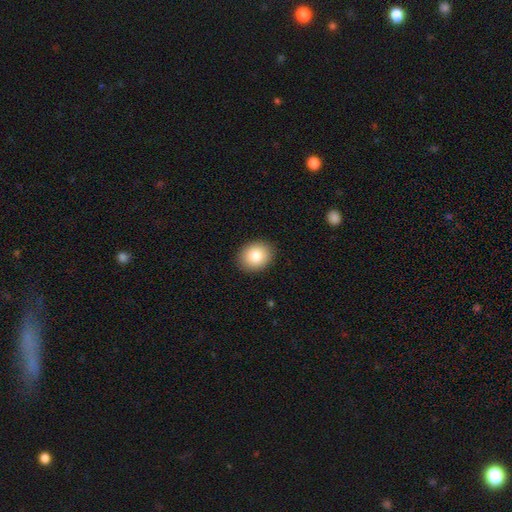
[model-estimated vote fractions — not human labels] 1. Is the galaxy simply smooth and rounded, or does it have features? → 83% smooth, 9% featured or disk, 8% star or artifact.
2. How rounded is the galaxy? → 54% round, 45% in between, 1% cigar-shaped.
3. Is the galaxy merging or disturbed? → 90% none, 7% minor disturbance, 2% major disturbance, 1% merger.